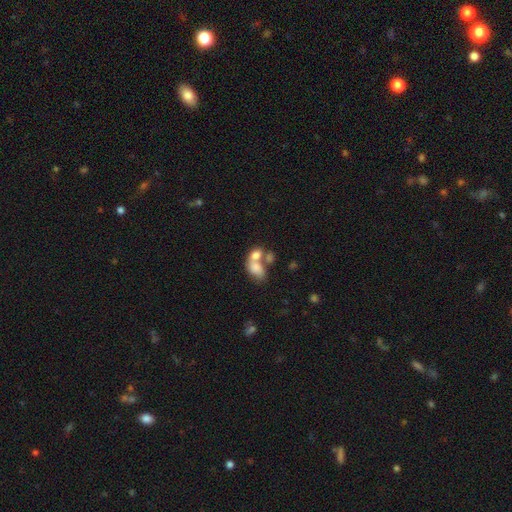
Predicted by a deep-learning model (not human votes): Overall: smooth (71%). How rounded: in between (78%). Merging: merger (66%).